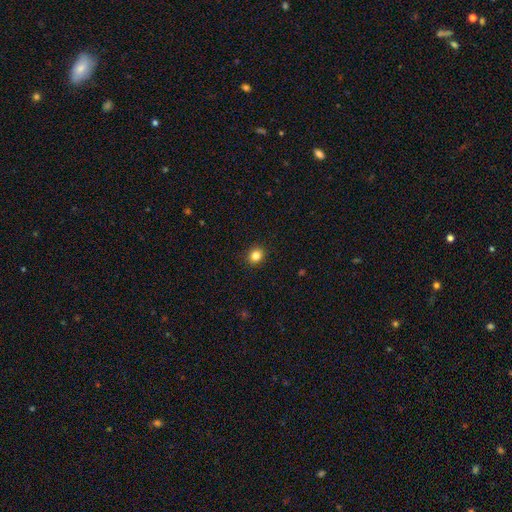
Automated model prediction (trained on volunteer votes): smooth-or-featured: smooth: 83% | star or artifact: 12% | featured or disk: 5%
  how-rounded: round: 81% | in between: 19% | cigar-shaped: 1%
  merging: none: 92% | minor disturbance: 6% | major disturbance: 2% | merger: 1%